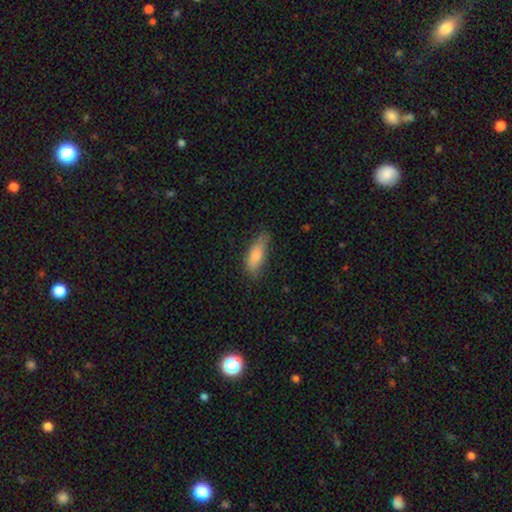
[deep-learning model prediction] Overall: smooth (83%). How rounded: in between (68%; cigar-shaped 30%). Merging: none (66%; minor disturbance 26%).